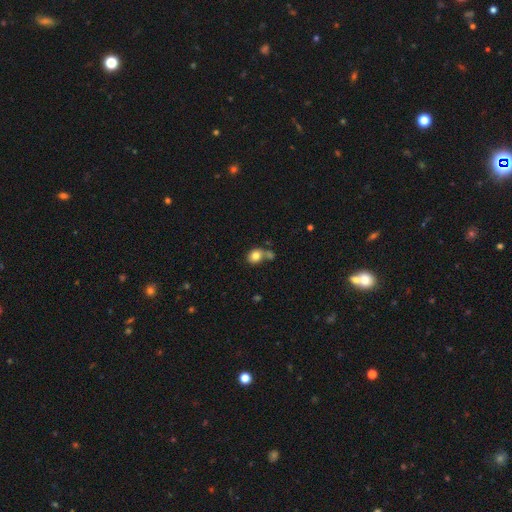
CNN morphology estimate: Smooth or featured? smooth (80%)
How rounded? round (60%)
Merging? none (51%)